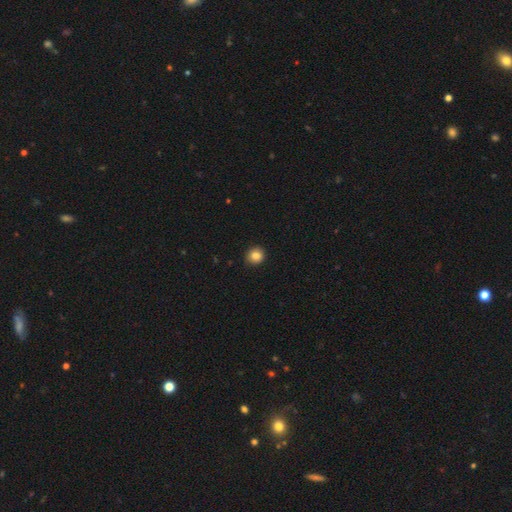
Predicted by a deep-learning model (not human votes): A smooth galaxy with no disk features (84%) that is round (90%).

Vote fractions:
- Smooth or featured? smooth: 84% / star or artifact: 10% / featured or disk: 6%
- How rounded? round: 90% / in between: 9% / cigar-shaped: 1%
- Merging? none: 91% / minor disturbance: 6% / major disturbance: 1% / merger: 1%